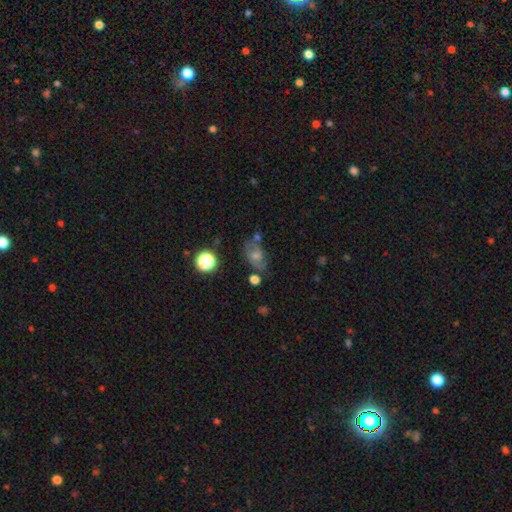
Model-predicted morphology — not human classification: Smooth or featured?
  - smooth: 48% *
  - featured or disk: 30%
  - star or artifact: 22%
Merging?
  - none: 60% *
  - minor disturbance: 20%
  - merger: 12%
  - major disturbance: 8%